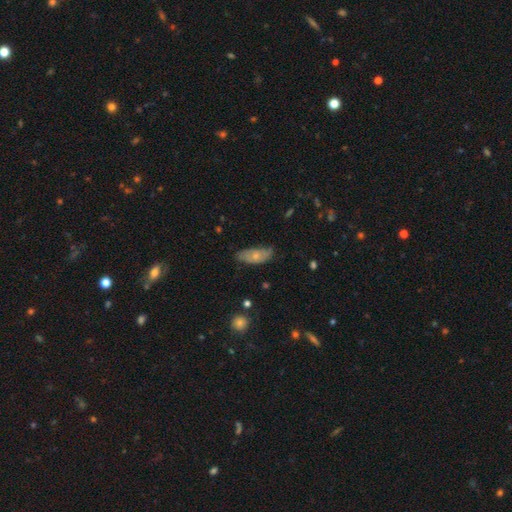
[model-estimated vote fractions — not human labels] Smooth or featured: smooth — 62% (featured or disk — 31%)
How rounded: in between — 82% (cigar-shaped — 16%)
Merging: none — 59% (minor disturbance — 32%)